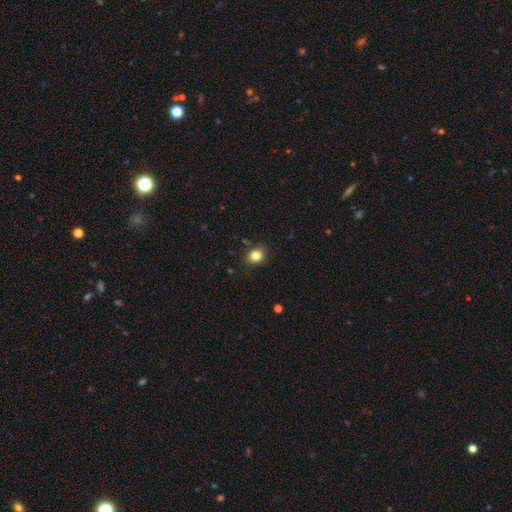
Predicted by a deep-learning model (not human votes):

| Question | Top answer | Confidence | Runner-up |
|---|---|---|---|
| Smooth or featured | smooth | 84% | star or artifact (11%) |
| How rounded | round | 57% | in between (42%) |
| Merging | none | 84% | minor disturbance (11%) |